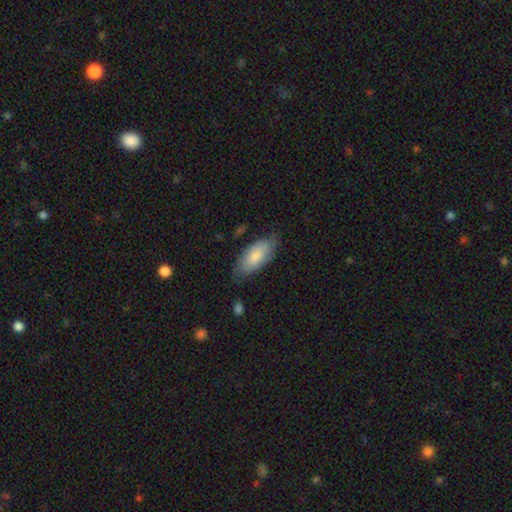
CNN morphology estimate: Smooth or featured? smooth (72%)
How rounded? in between (87%)
Merging? none (67%)